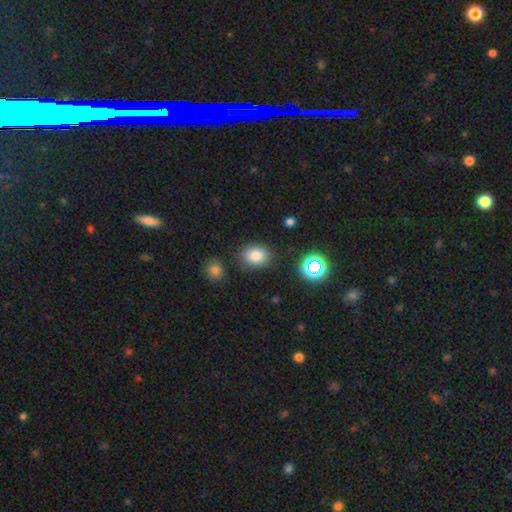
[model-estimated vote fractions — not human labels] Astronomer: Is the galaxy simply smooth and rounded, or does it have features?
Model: smooth — 79%.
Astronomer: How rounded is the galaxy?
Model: in between — 55% (runner-up: round, 44%).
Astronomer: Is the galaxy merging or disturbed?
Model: none — 82%.